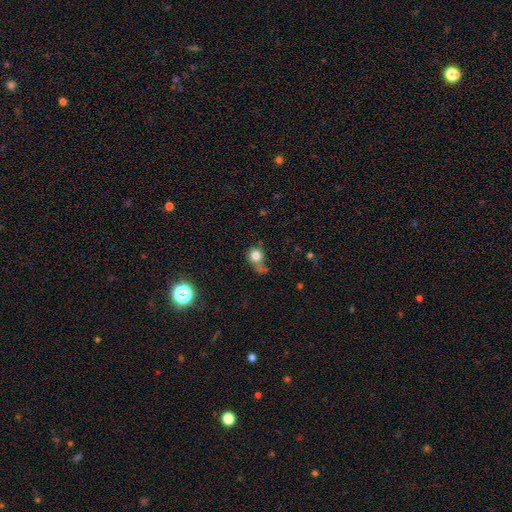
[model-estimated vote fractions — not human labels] Smooth or featured? smooth (79%)
How rounded? round (84%)
Merging? none (46%)